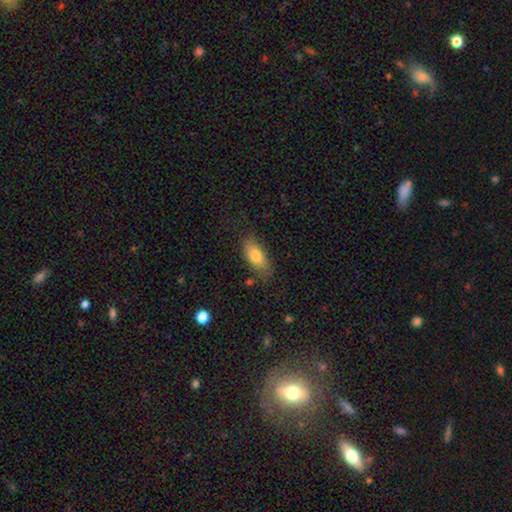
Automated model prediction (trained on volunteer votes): Q: Smooth or featured?
A: smooth (79%); runner-up: featured or disk (14%)
Q: How rounded?
A: in between (83%); runner-up: cigar-shaped (14%)
Q: Merging?
A: none (73%); runner-up: minor disturbance (19%)